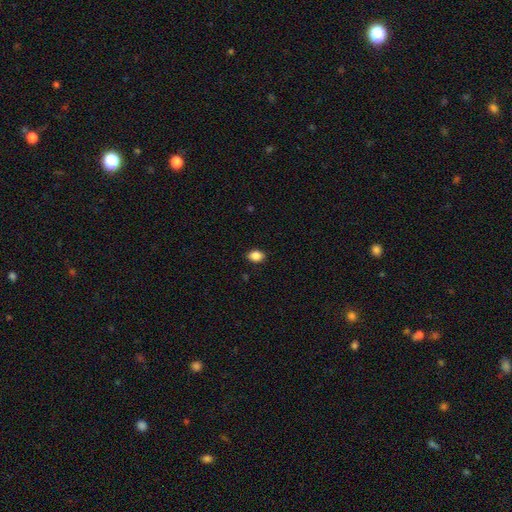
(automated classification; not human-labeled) A smooth galaxy with no disk features (87%) that is in between round and cigar-shaped (71%).

Vote fractions:
- Smooth or featured? smooth: 87% / star or artifact: 9% / featured or disk: 4%
- How rounded? in between: 71% / round: 28% / cigar-shaped: 1%
- Merging? none: 88% / minor disturbance: 9% / major disturbance: 2% / merger: 1%